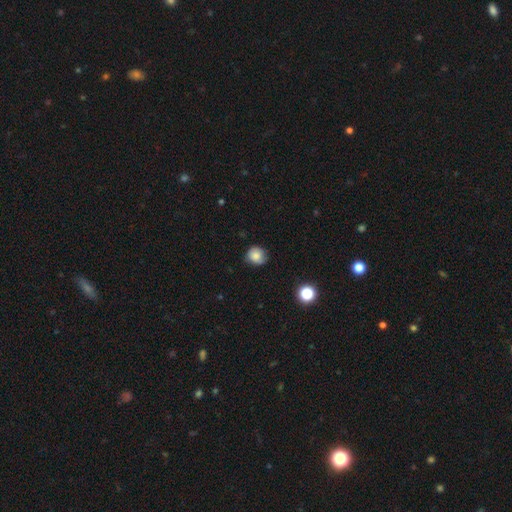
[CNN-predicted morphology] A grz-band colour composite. It shows a smooth galaxy with no disk features (81%) that is round (81%). Merging: none (76%).